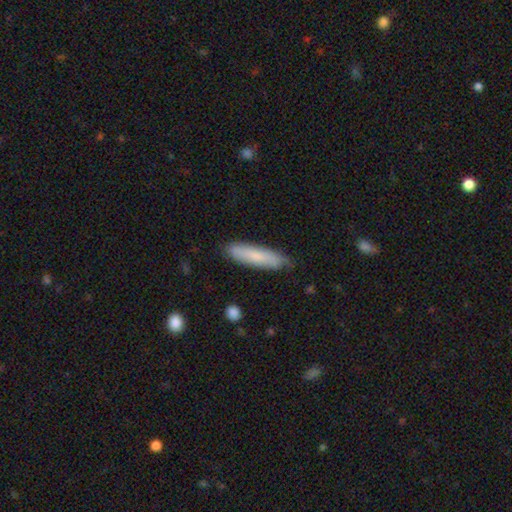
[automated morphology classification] A smooth galaxy with no disk features (77%) that is cigar-shaped (78%). Merging: none (83%).